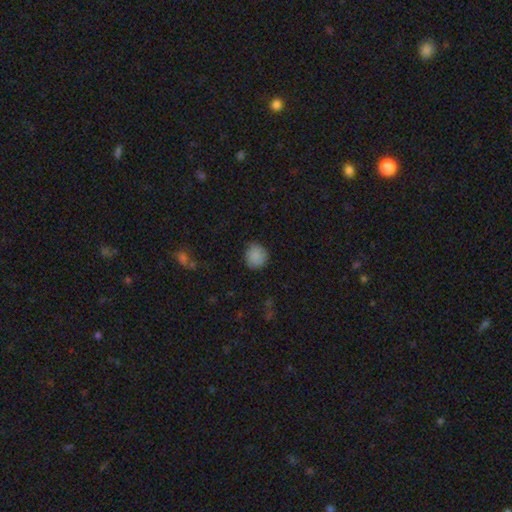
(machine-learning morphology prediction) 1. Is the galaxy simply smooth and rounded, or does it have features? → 86% smooth, 8% star or artifact, 6% featured or disk.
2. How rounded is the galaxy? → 88% round, 11% in between, 1% cigar-shaped.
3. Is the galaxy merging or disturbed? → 83% none, 13% minor disturbance, 3% major disturbance, 1% merger.